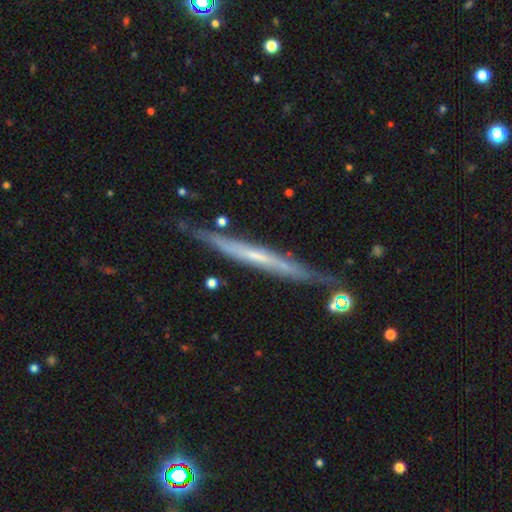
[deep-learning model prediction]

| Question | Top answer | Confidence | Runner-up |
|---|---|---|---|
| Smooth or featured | featured or disk | 68% | smooth (26%) |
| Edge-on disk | yes | 94% | no (6%) |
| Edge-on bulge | none | 77% | rounded (18%) |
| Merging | none | 78% | minor disturbance (16%) |